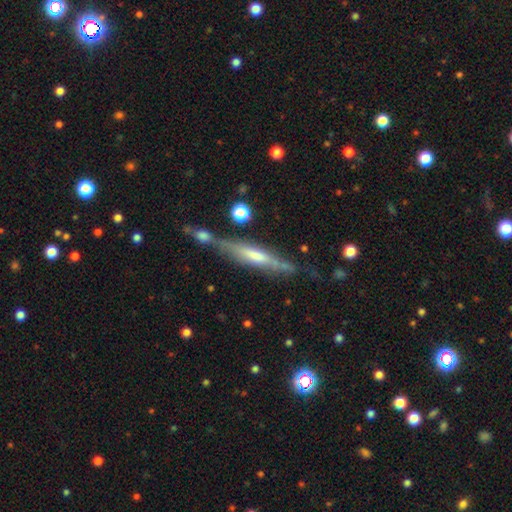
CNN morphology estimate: smooth_or_featured: featured or disk (p=0.60) [alt: smooth p=0.33]
disk_edge_on: yes (p=0.87) [alt: no p=0.13]
edge_on_bulge: rounded (p=0.38) [alt: none p=0.33]
merging: none (p=0.57) [alt: minor disturbance p=0.20]